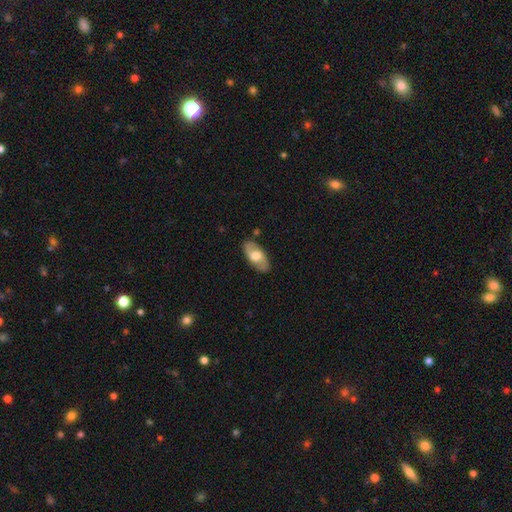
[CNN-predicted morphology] type=smooth (50%); roundness=in between (91%); merging=none (83%).